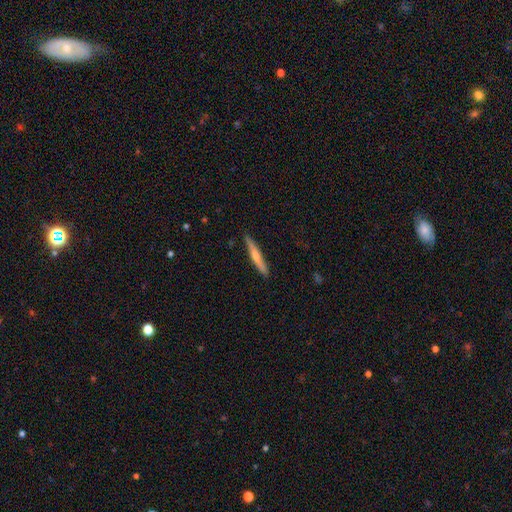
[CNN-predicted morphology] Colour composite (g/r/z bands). It shows a featured or disk galaxy (53%) viewed edge-on (96%) with a rounded central bulge (77%). Merging: none (90%).